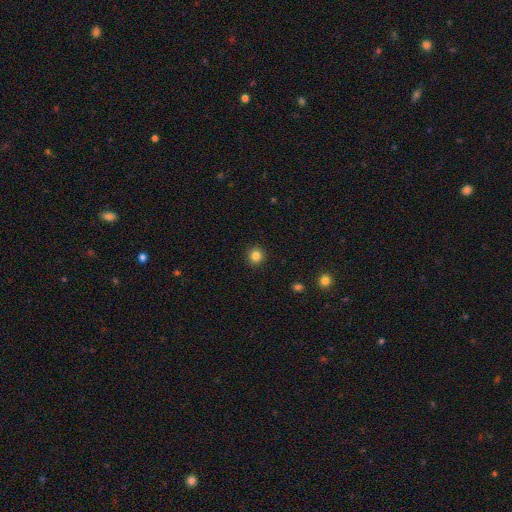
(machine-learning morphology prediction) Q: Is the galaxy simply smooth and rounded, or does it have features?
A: smooth — 84%.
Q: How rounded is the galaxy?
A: round — 93%.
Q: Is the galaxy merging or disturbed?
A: none — 92%.